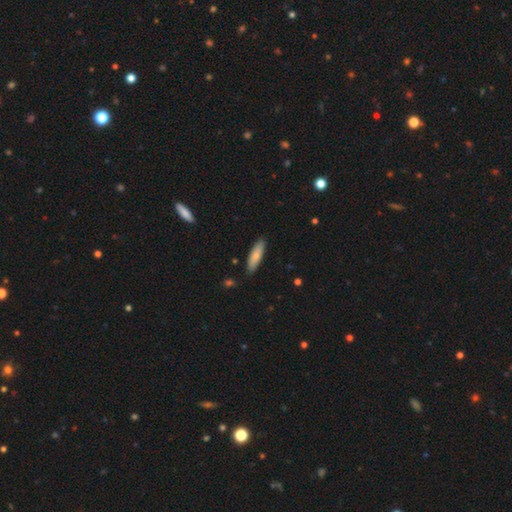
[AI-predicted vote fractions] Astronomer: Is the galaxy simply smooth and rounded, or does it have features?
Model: smooth — 79%.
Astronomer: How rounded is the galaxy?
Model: cigar-shaped — 61% (runner-up: in between, 38%).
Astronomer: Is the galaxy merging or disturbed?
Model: none — 87%.